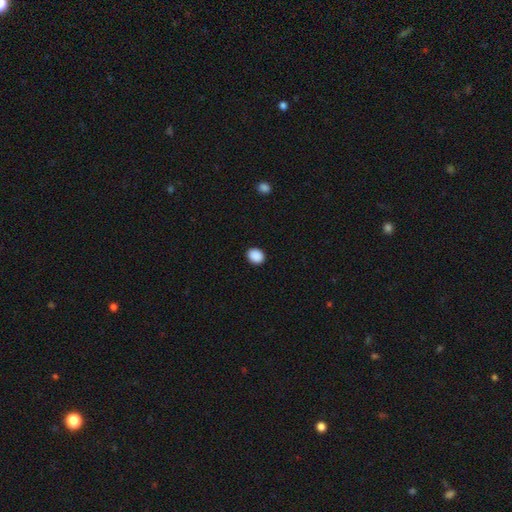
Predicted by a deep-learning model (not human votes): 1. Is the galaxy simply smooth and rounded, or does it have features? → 90% smooth, 8% star or artifact, 2% featured or disk.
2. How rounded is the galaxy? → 54% round, 45% in between, 1% cigar-shaped.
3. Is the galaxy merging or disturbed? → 91% none, 6% minor disturbance, 2% major disturbance, 1% merger.